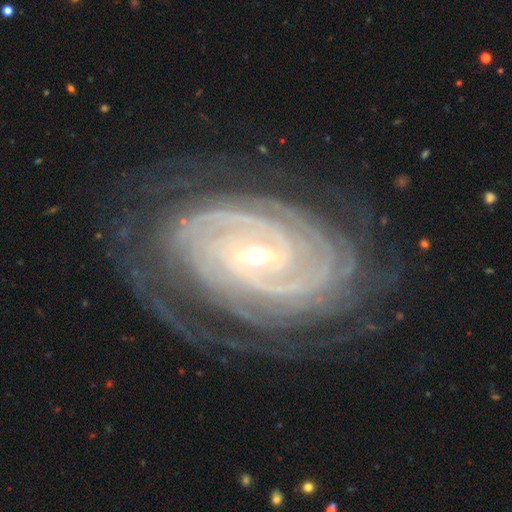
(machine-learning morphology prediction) type=featured or disk (92%); edge-on=no (96%); bar=weak (41%); spiral arms=yes (99%); winding=tight (84%); arm count=4 (21%, tied with 2); bulge=small (62%); merging=none (75%).